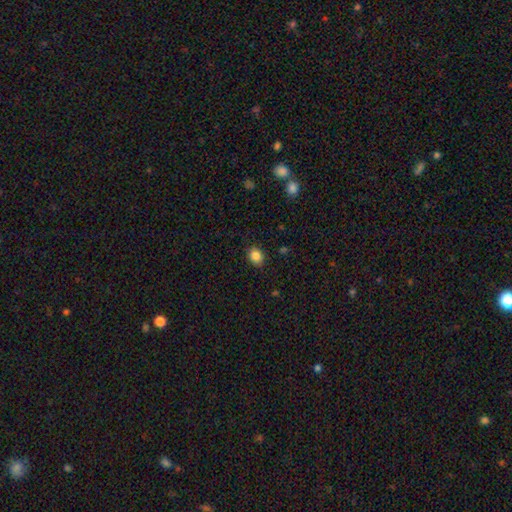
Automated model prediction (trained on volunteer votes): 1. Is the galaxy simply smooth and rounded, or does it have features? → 85% smooth, 10% star or artifact, 5% featured or disk.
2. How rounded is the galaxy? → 50% round, 49% in between, 1% cigar-shaped.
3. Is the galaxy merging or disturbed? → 86% none, 11% minor disturbance, 2% major disturbance, 1% merger.